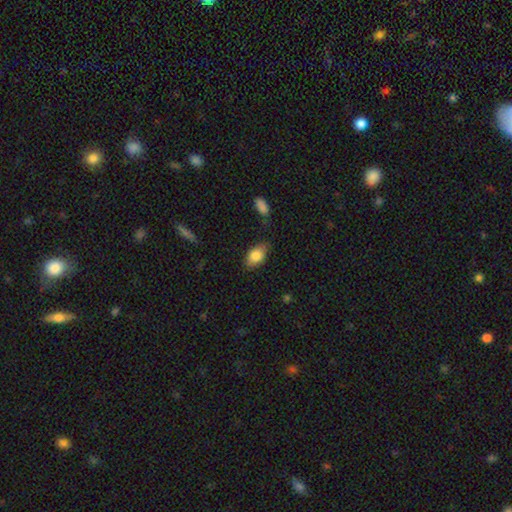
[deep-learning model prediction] Q: Smooth or featured?
A: smooth (84%); runner-up: featured or disk (9%)
Q: How rounded?
A: in between (90%); runner-up: round (8%)
Q: Merging?
A: none (74%); runner-up: minor disturbance (20%)